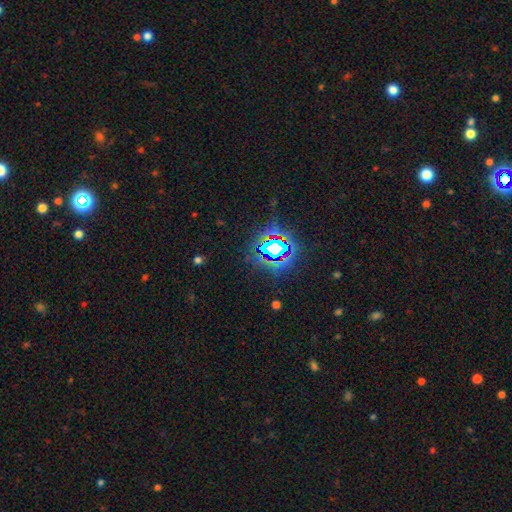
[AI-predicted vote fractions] This appears to be a star or artifact, not a galaxy (81%).